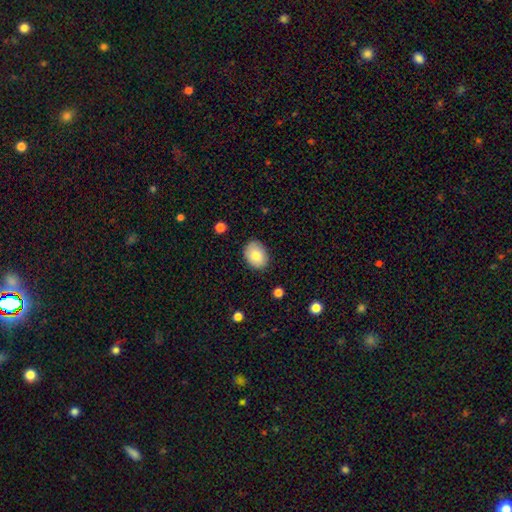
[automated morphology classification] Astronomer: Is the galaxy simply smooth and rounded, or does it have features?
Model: smooth — 79%.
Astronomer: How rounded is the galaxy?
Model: in between — 71%.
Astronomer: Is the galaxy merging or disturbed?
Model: none — 85%.